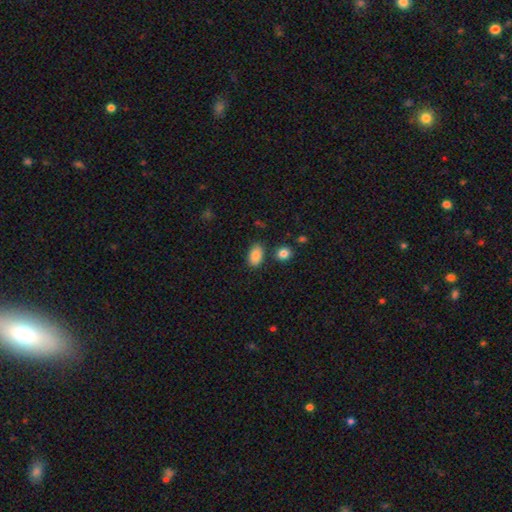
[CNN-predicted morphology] The model was most divided on "merging": none: 79%, minor disturbance: 12%, merger: 5%, major disturbance: 3%. More confident: how rounded — in between (90%); smooth or featured — smooth (87%).